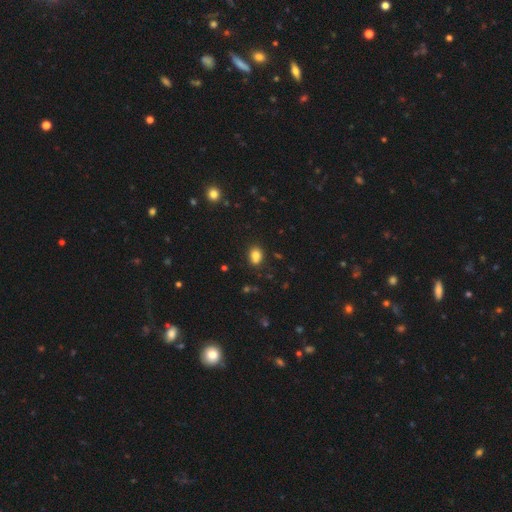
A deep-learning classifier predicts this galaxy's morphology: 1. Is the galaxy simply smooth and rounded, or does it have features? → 82% smooth, 11% star or artifact, 7% featured or disk.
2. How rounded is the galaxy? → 61% in between, 38% round, 1% cigar-shaped.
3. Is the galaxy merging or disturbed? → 76% none, 15% minor disturbance, 5% merger, 3% major disturbance.